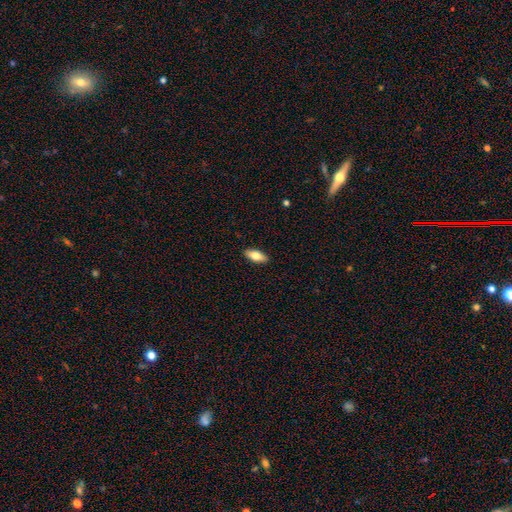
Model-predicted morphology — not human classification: Smooth or featured? Predicted: smooth (p=0.76). How rounded? Predicted: in between (p=0.80). Merging? Predicted: none (p=0.90).